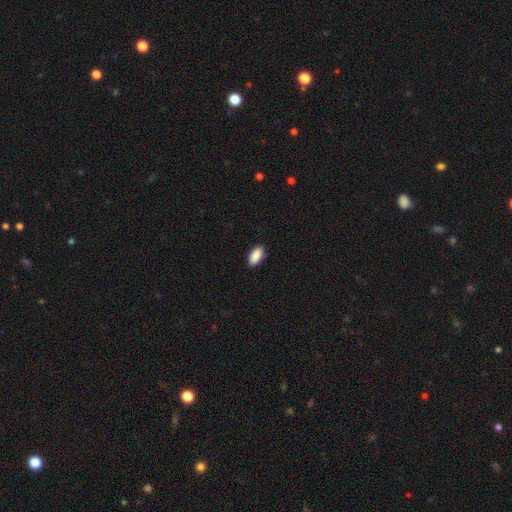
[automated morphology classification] smooth-or-featured: smooth: 90% | star or artifact: 7% | featured or disk: 3%
  how-rounded: in between: 92% | cigar-shaped: 6% | round: 3%
  merging: none: 89% | minor disturbance: 8% | major disturbance: 2% | merger: 1%